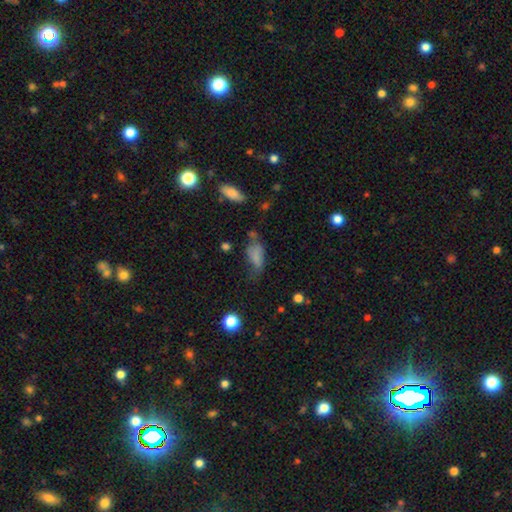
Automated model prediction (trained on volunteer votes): Smooth or featured? Predicted: smooth (p=0.68). How rounded? Predicted: in between (p=0.85). Merging? Predicted: minor disturbance (p=0.32).